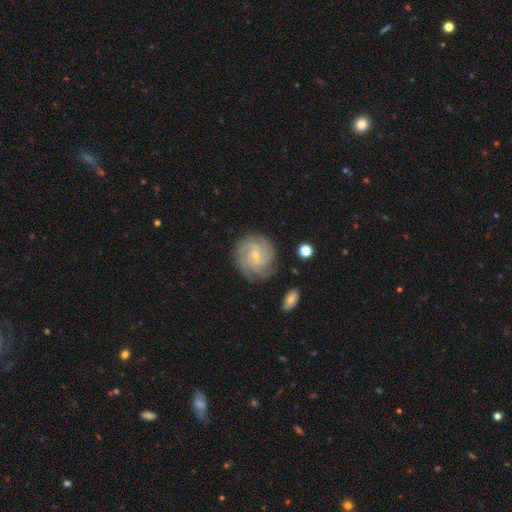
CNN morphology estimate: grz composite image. It shows a featured or disk galaxy (86%) with no bar (60%), 4 (35%) tight (73%) spiral arms (98%) and a small central bulge (76%). Merging: none (80%).